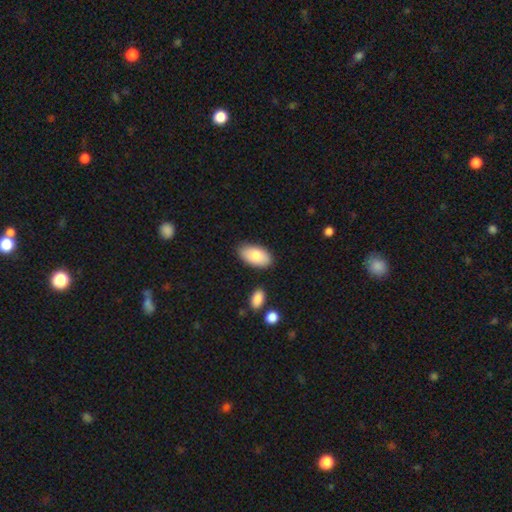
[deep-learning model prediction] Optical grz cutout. It shows a smooth galaxy with no disk features (80%) that is in between round and cigar-shaped (95%). Merging: none (83%).